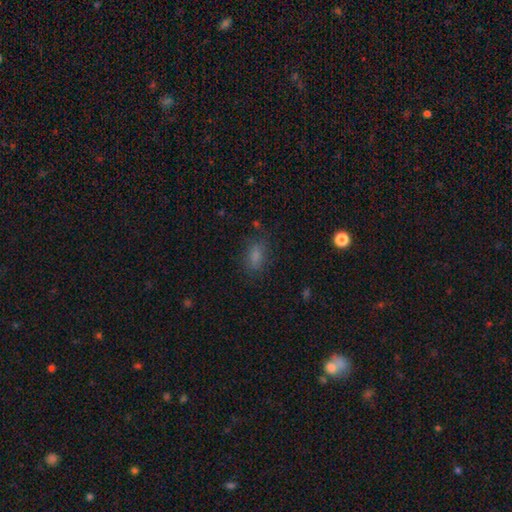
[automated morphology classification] This is likely a smooth galaxy (78%). How rounded: clearly in between (81%). Merging: likely none (78%).